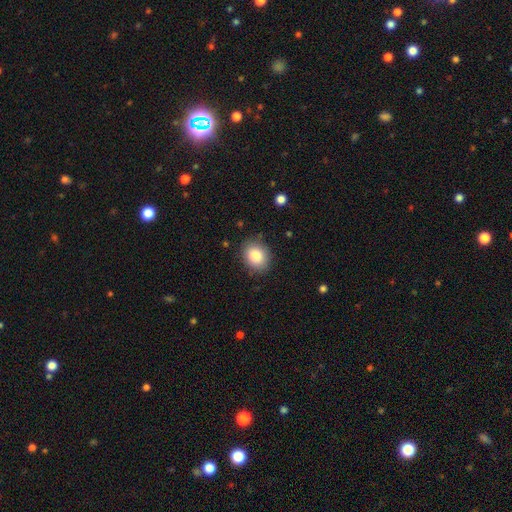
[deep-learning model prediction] Morphology: type=smooth (85%); roundness=round (51%); merging=none (85%).